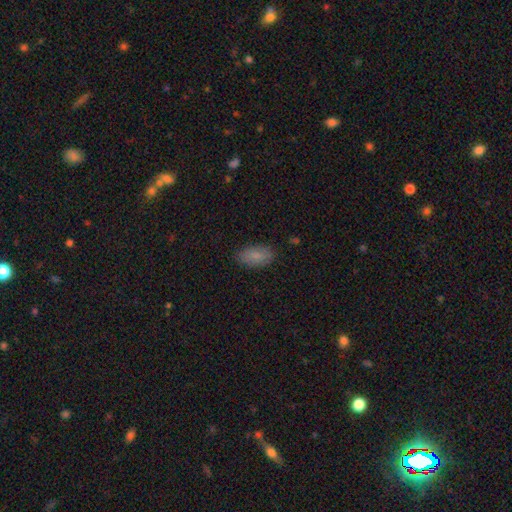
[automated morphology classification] Smooth or featured?
  - smooth: 84% *
  - featured or disk: 9%
  - star or artifact: 7%
How rounded?
  - in between: 92% *
  - cigar-shaped: 5%
  - round: 3%
Merging?
  - none: 85% *
  - minor disturbance: 11%
  - major disturbance: 3%
  - merger: 1%